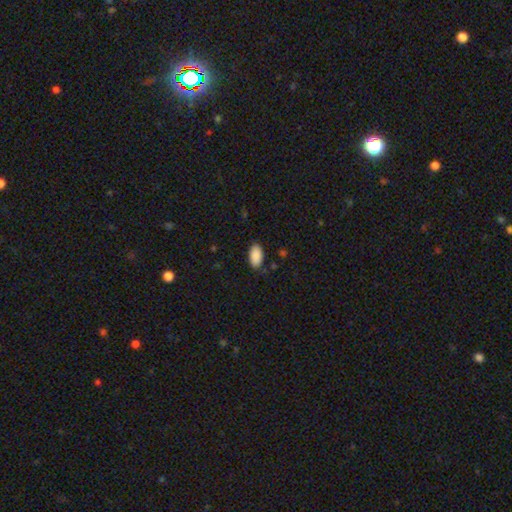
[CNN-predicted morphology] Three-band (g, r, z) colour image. It shows a smooth galaxy with no disk features (90%) that is in between round and cigar-shaped (95%). Merging: none (85%).